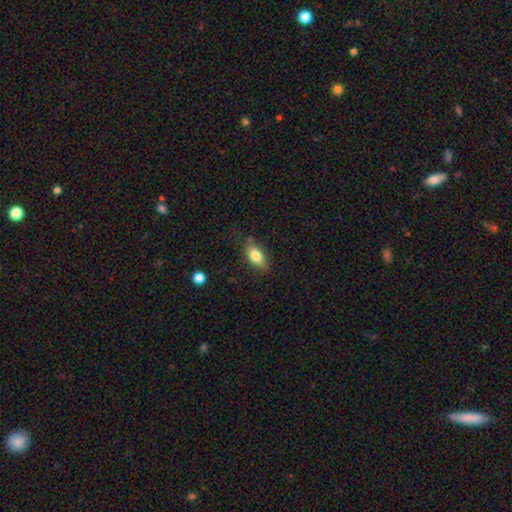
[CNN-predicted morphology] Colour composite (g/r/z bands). It shows a smooth galaxy with no disk features (80%) that is in between round and cigar-shaped (87%). Merging: none (74%).